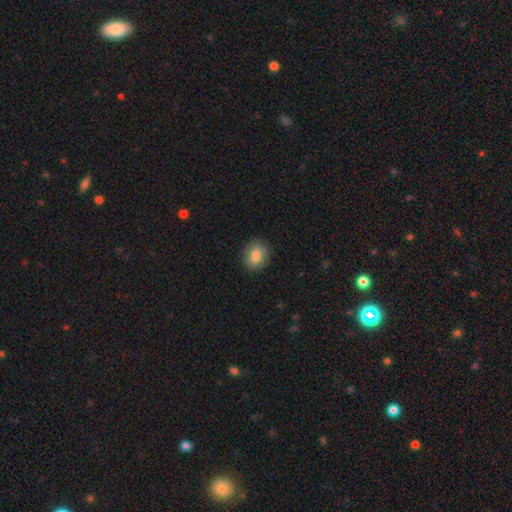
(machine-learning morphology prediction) The model was most divided on "how rounded": round: 57%, in between: 42%, cigar-shaped: 1%. More confident: merging — none (85%); smooth or featured — smooth (80%).